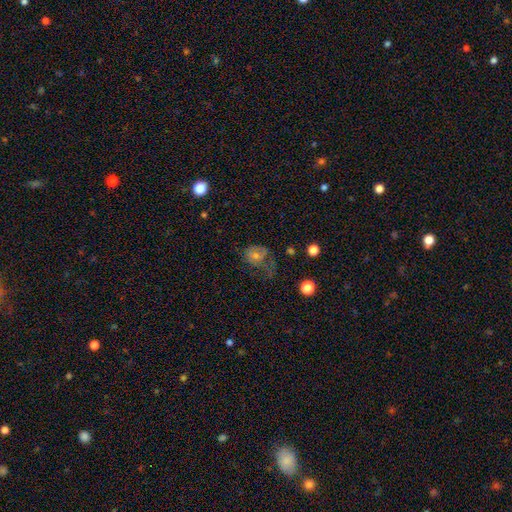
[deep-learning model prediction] This is marginally a smooth galaxy (43%). Merging: marginally major disturbance (39%).